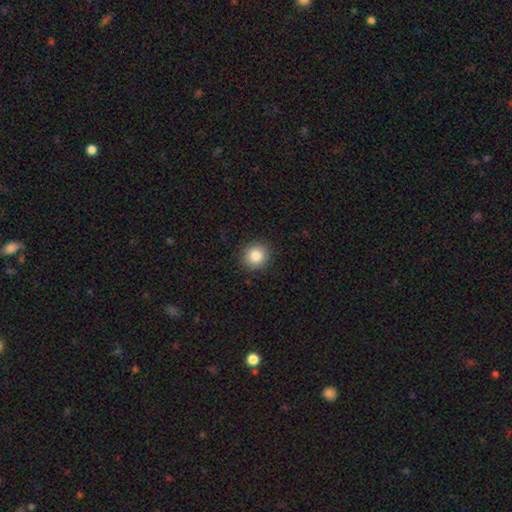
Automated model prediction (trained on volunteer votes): Morphology: type=smooth (84%); roundness=round (92%); merging=none (91%).